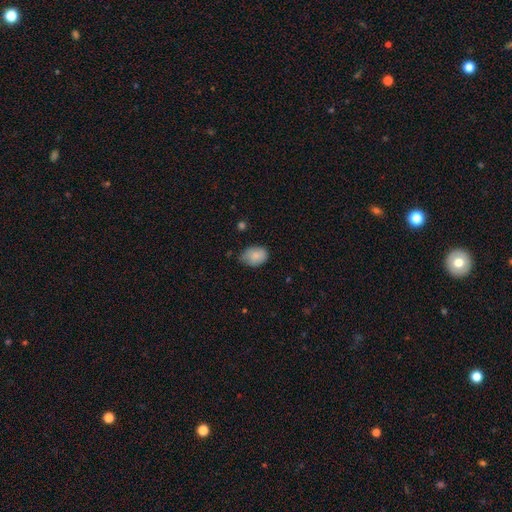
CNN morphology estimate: smooth-or-featured: smooth: 84% | featured or disk: 8% | star or artifact: 8%
  how-rounded: in between: 74% | round: 25% | cigar-shaped: 1%
  merging: none: 56% | minor disturbance: 36% | major disturbance: 6% | merger: 2%